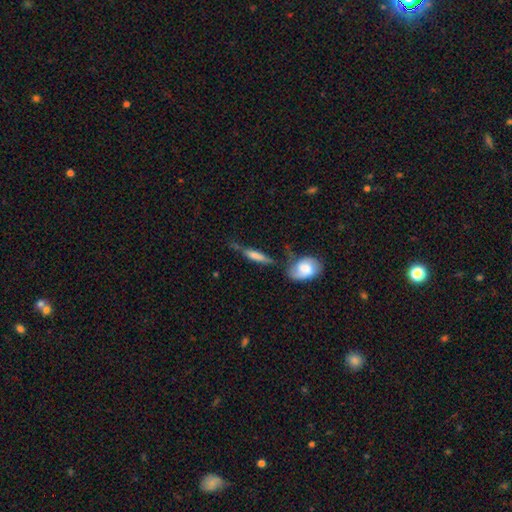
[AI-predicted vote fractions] smooth 59%, featured or disk 34%, star or artifact 8%. Down the decision tree: how rounded — cigar-shaped (69%); merging — none (48%).